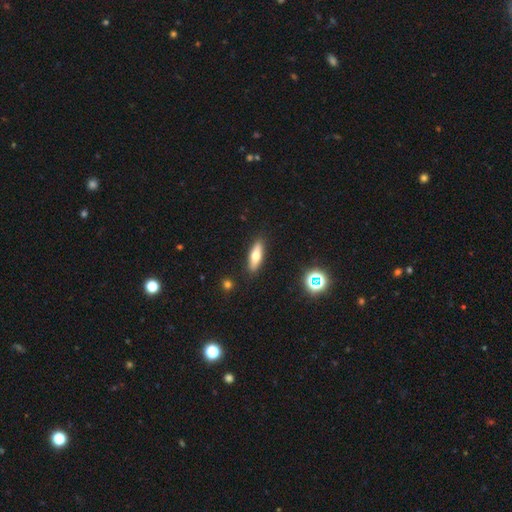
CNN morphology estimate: Smooth or featured?
  - smooth: 61% *
  - featured or disk: 31%
  - star or artifact: 8%
How rounded?
  - cigar-shaped: 49% *
  - in between: 48%
  - round: 3%
Merging?
  - none: 89% *
  - minor disturbance: 8%
  - major disturbance: 2%
  - merger: 1%